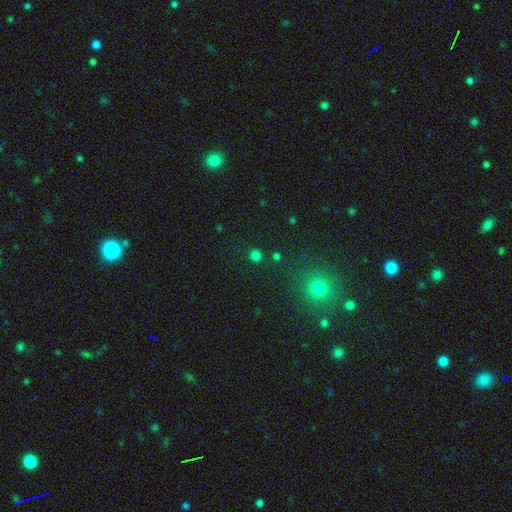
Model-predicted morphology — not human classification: Smooth or featured: smooth — 76% (star or artifact — 20%)
How rounded: round — 93% (in between — 6%)
Merging: none — 86% (minor disturbance — 6%)